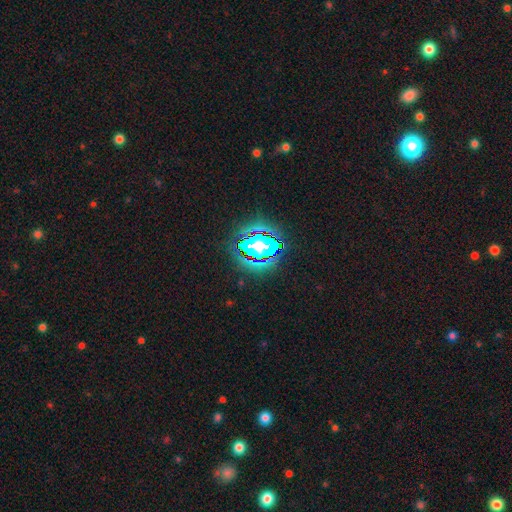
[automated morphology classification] Smooth or featured? Predicted: star or artifact (p=0.65).